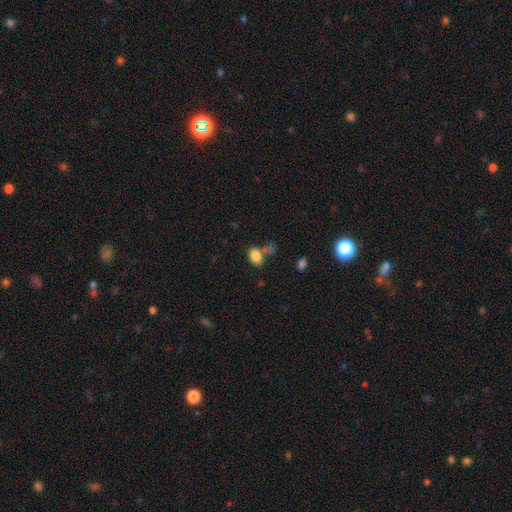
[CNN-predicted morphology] Q: Smooth or featured?
A: smooth (84%); runner-up: star or artifact (10%)
Q: How rounded?
A: in between (86%); runner-up: round (13%)
Q: Merging?
A: none (58%); runner-up: merger (22%)